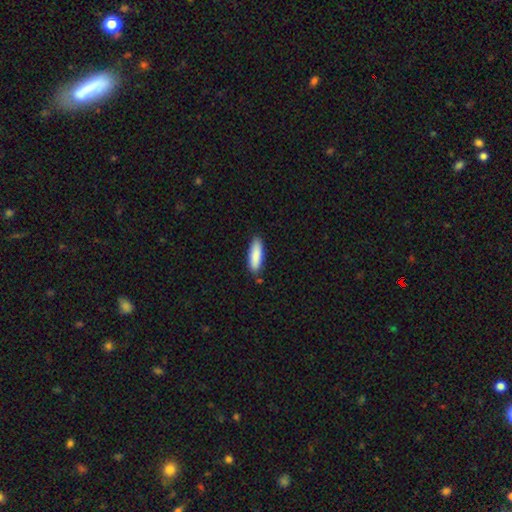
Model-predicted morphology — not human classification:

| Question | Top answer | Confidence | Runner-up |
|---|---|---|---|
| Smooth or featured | smooth | 89% | featured or disk (6%) |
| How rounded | in between | 51% | cigar-shaped (47%) |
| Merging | none | 84% | minor disturbance (12%) |